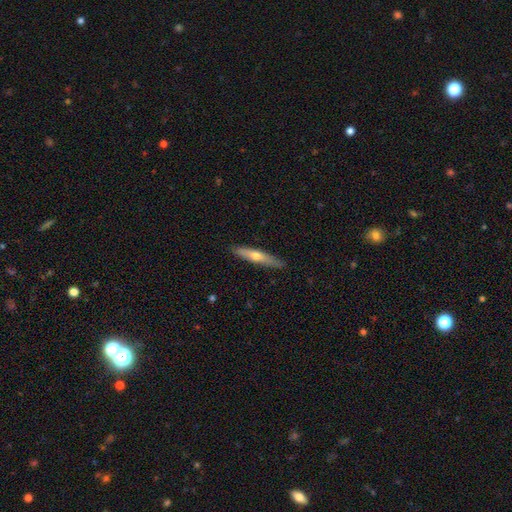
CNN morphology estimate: Smooth or featured: smooth — 49% (featured or disk — 45%)
Merging: none — 88% (minor disturbance — 10%)